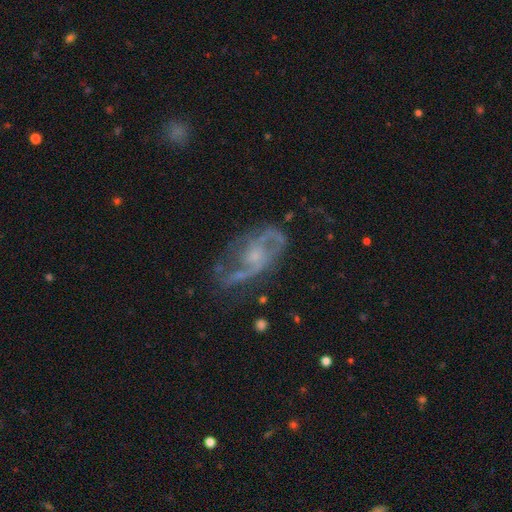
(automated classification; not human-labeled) Morphology: type=featured or disk (80%); edge-on=no (96%); bar=no (57%); spiral arms=yes (92%); winding=medium (50%); arm count=2 (74%); bulge=small (56%); merging=none (68%).